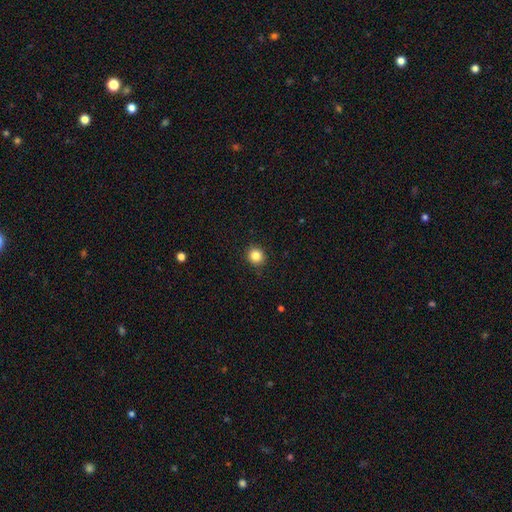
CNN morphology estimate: Smooth or featured: smooth — 84% (star or artifact — 11%)
How rounded: round — 91% (in between — 8%)
Merging: none — 92% (minor disturbance — 6%)